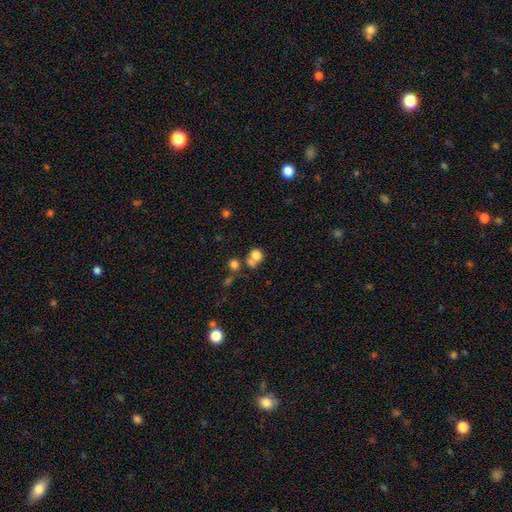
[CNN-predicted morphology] smooth 76%, star or artifact 13%, featured or disk 11%. Down the decision tree: how rounded — round (76%); merging — merger (42%).